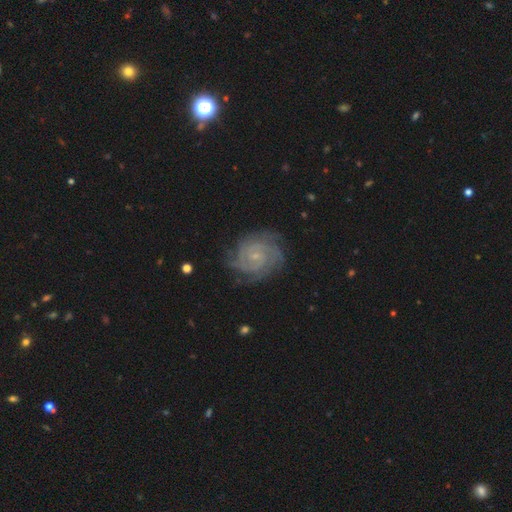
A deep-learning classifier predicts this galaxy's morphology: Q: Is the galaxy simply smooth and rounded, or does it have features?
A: featured or disk — 87%.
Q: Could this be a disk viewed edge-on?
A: no — 98%.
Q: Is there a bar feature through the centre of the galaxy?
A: no — 67%.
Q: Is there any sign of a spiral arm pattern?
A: yes — 98%.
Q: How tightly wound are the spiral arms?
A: tight — 73%.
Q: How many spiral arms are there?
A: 3 — 23%, tied with 2.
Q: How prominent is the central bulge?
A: small — 78%.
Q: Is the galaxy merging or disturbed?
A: none — 78%.